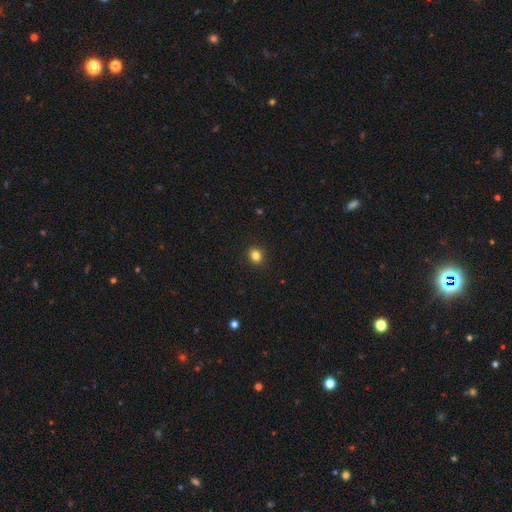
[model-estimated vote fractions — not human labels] Smooth or featured? Predicted: smooth (p=0.84). How rounded? Predicted: round (p=0.74). Merging? Predicted: none (p=0.92).